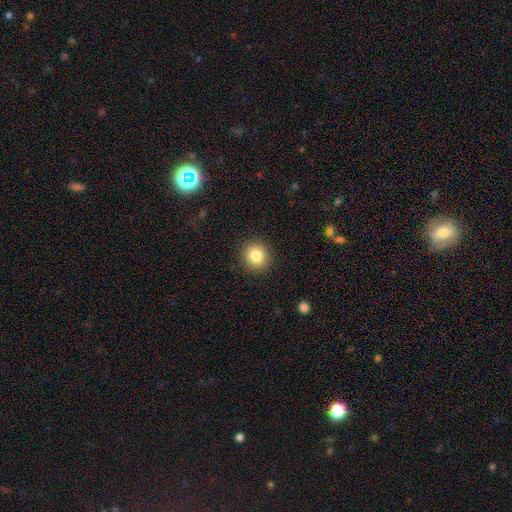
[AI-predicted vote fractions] Smooth or featured?
  - smooth: 83% *
  - star or artifact: 10%
  - featured or disk: 7%
How rounded?
  - round: 84% *
  - in between: 16%
  - cigar-shaped: 1%
Merging?
  - none: 90% *
  - minor disturbance: 7%
  - major disturbance: 2%
  - merger: 1%